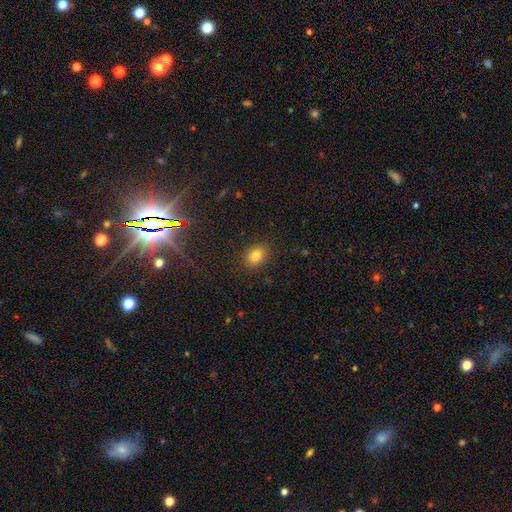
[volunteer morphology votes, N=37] Smooth or featured: smooth — 86% (featured or disk — 8%)
How rounded: in between — 75% (round — 25%)
Merging: none — 83% (minor disturbance — 17%)